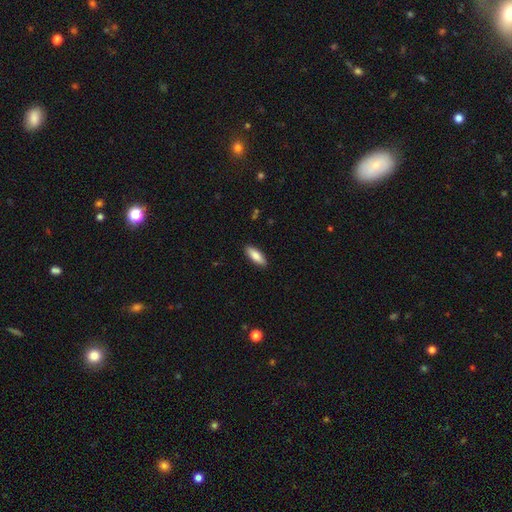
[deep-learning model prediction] The model was most divided on "how rounded": in between: 66%, cigar-shaped: 32%, round: 2%. More confident: merging — none (89%); smooth or featured — smooth (84%).